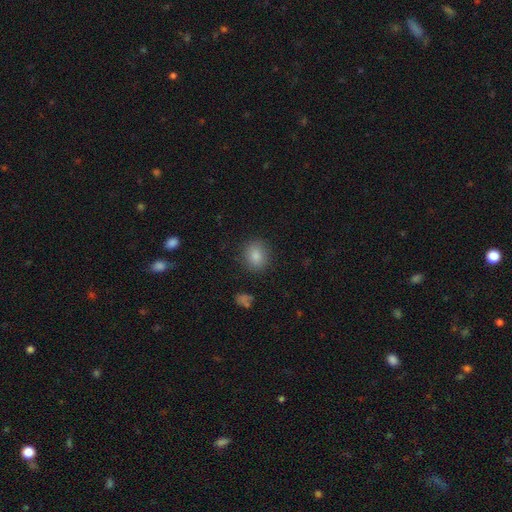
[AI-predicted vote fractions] Morphology: type=smooth (85%); roundness=round (72%); merging=none (86%).